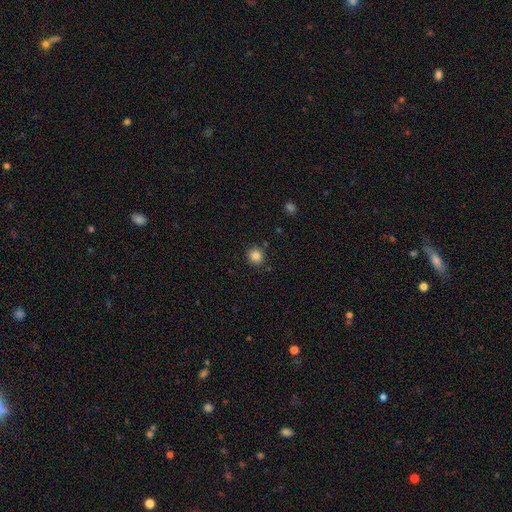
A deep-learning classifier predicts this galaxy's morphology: smooth 85%, star or artifact 11%, featured or disk 4%. Down the decision tree: how rounded — round (91%); merging — none (87%).